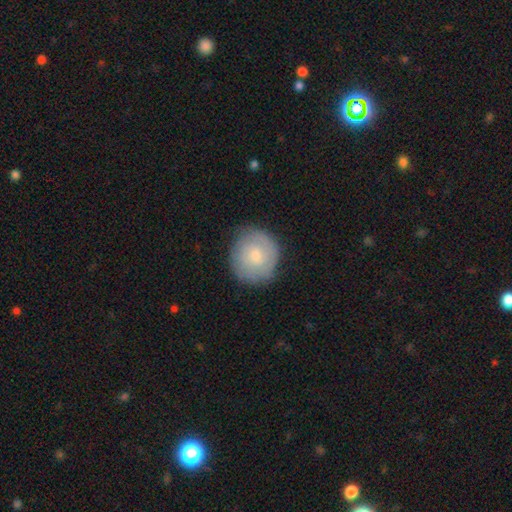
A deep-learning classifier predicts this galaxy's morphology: Smooth or featured? smooth (57%)
How rounded? round (86%)
Merging? none (79%)